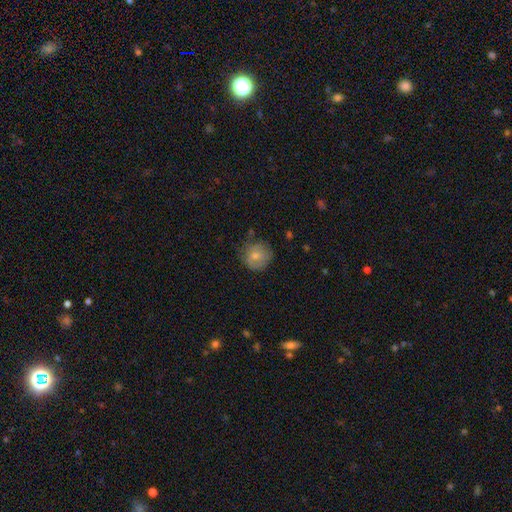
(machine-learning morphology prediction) smooth_or_featured: smooth (p=0.69) [alt: featured or disk p=0.22]
how_rounded: round (p=0.86) [alt: in between p=0.13]
merging: none (p=0.66) [alt: minor disturbance p=0.24]